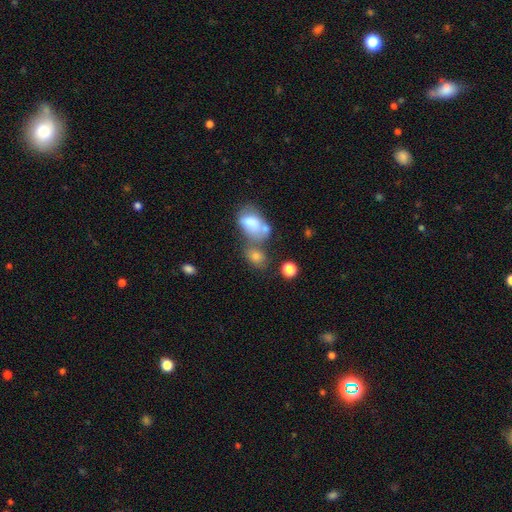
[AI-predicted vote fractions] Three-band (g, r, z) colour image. It shows a smooth galaxy with no disk features (70%) that is in between round and cigar-shaped (64%). Merging: none (38%, tied with merger).